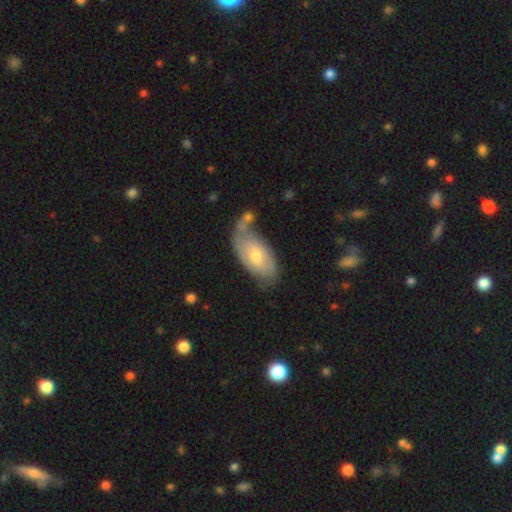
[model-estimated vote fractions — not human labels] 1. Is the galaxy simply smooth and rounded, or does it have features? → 51% smooth, 43% featured or disk, 6% star or artifact.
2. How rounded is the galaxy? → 92% in between, 4% cigar-shaped, 4% round.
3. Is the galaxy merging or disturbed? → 49% none, 27% minor disturbance, 14% merger, 11% major disturbance.